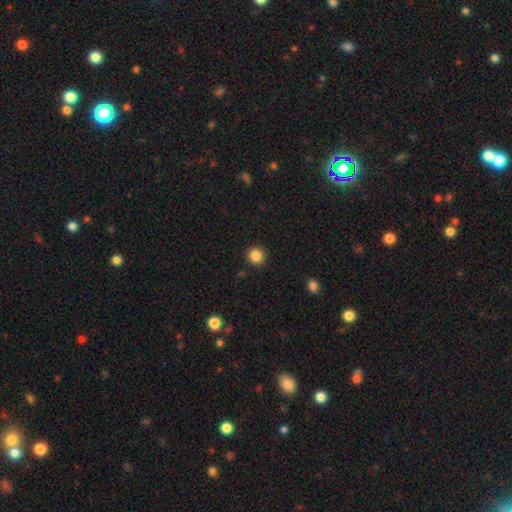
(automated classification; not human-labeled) The model was most divided on "smooth or featured": smooth: 86%, star or artifact: 10%, featured or disk: 4%. More confident: how rounded — round (93%); merging — none (92%).